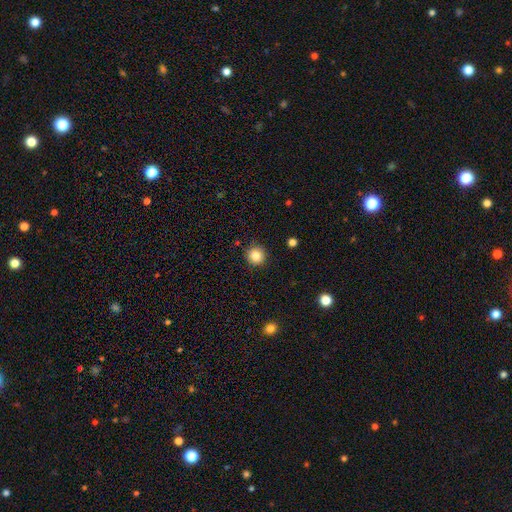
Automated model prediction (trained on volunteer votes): This appears to be a smooth galaxy with no disk features (84%) that is round (94%). Merging: none (90%).